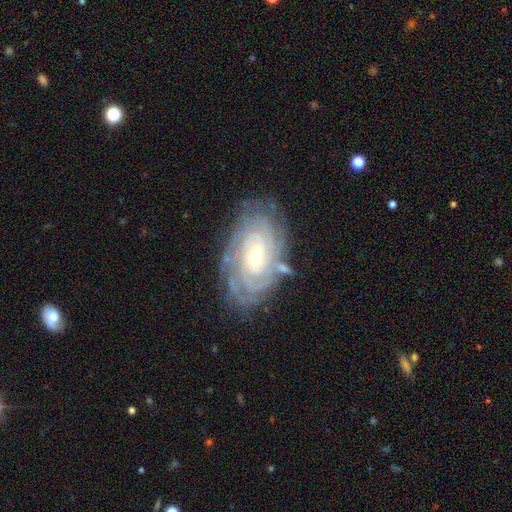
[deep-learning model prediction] Morphology: type=featured or disk (88%); edge-on=no (96%); bar=no (63%); spiral arms=yes (98%); winding=tight (83%); arm count=4 (29%); bulge=small (68%); merging=none (77%).